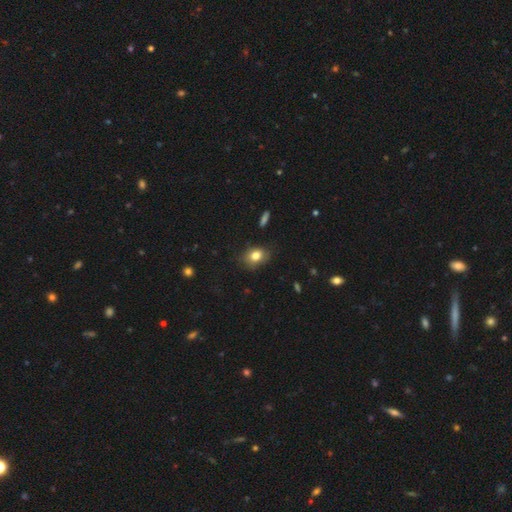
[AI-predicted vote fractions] Overall: smooth (81%). How rounded: in between (58%; round 40%). Merging: none (78%).